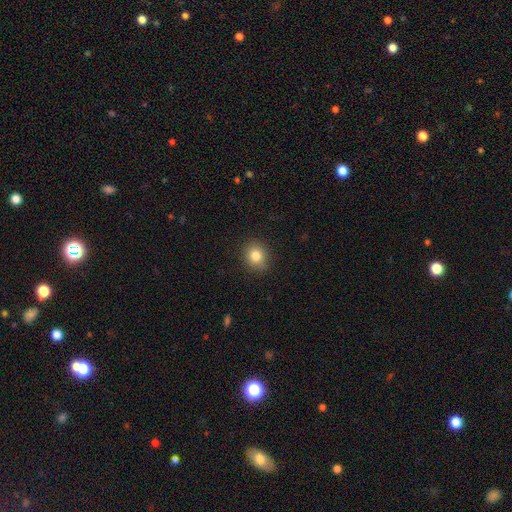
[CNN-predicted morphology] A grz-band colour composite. It shows a smooth galaxy with no disk features (82%) that is round (78%). Merging: none (89%).